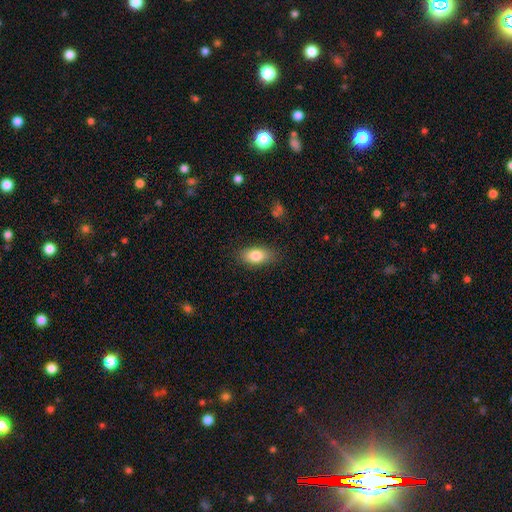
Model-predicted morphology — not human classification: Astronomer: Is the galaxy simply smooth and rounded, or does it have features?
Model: smooth — 83%.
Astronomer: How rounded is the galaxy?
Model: in between — 88%.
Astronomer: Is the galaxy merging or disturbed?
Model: none — 84%.